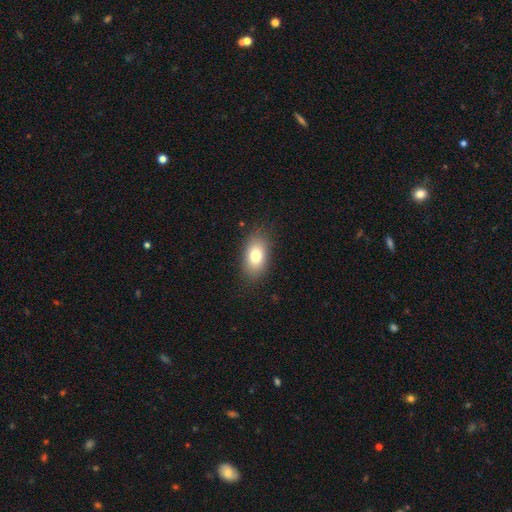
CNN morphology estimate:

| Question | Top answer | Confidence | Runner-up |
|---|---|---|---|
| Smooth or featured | smooth | 78% | featured or disk (13%) |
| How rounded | in between | 89% | round (8%) |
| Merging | none | 85% | minor disturbance (11%) |